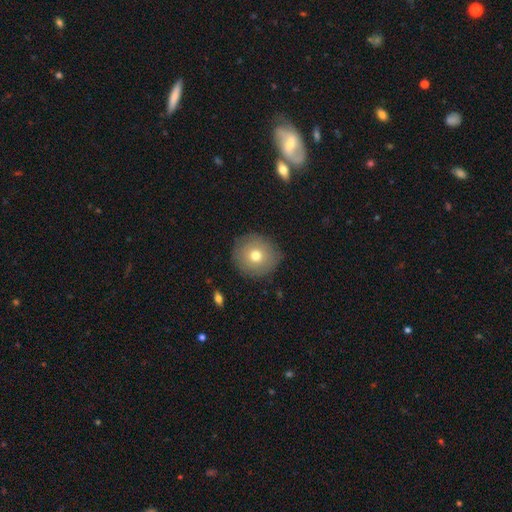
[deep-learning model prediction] Smooth or featured? smooth (71%)
How rounded? round (91%)
Merging? none (85%)